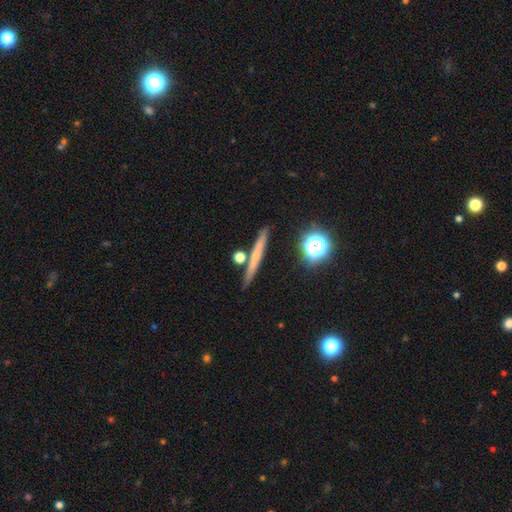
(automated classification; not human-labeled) smooth-or-featured: smooth: 46% | featured or disk: 43% | star or artifact: 12%
  merging: none: 85% | minor disturbance: 8% | merger: 5% | major disturbance: 2%